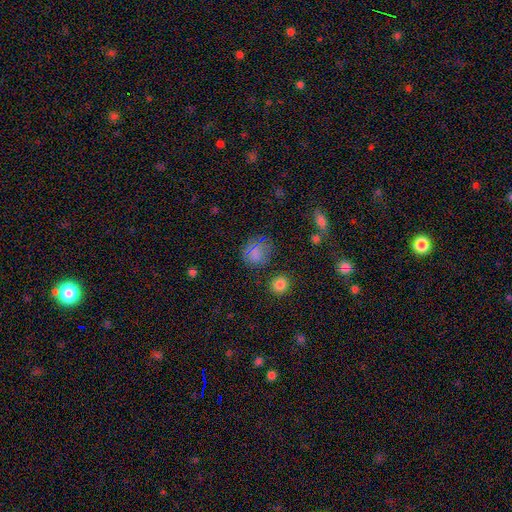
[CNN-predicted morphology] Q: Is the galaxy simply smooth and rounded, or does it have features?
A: smooth — 66%.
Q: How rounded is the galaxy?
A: round — 86%.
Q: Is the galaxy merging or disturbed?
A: none — 77%.